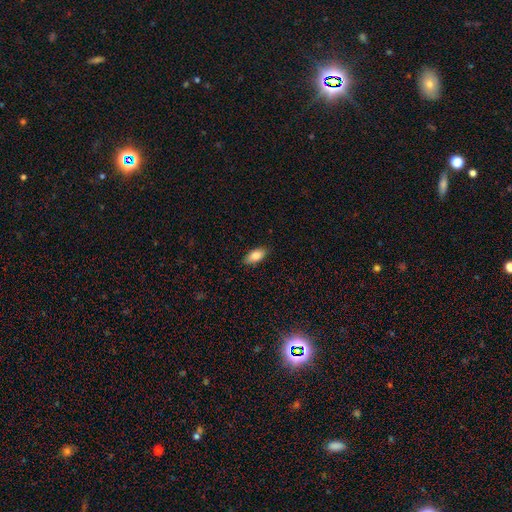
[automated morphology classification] Smooth or featured?
  - smooth: 86% *
  - featured or disk: 8%
  - star or artifact: 7%
How rounded?
  - in between: 90% *
  - cigar-shaped: 8%
  - round: 3%
Merging?
  - none: 86% *
  - minor disturbance: 11%
  - major disturbance: 2%
  - merger: 1%